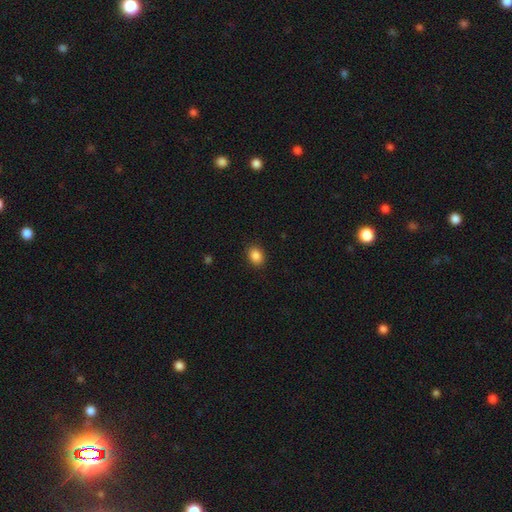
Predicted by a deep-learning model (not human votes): A smooth galaxy with no disk features (87%) that is in between round and cigar-shaped (61%). Merging: none (90%).